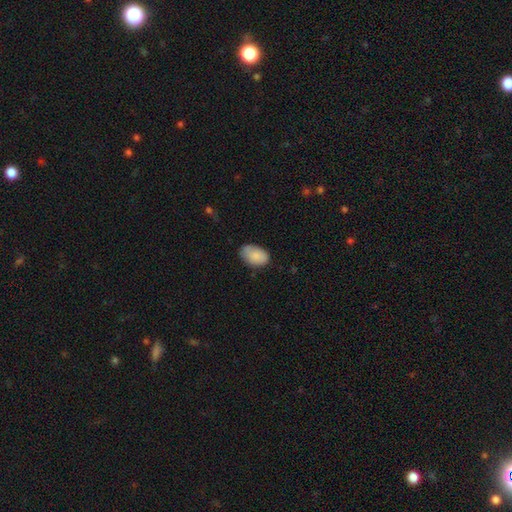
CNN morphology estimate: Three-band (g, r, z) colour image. It shows a smooth galaxy with no disk features (86%) that is in between round and cigar-shaped (90%). Merging: none (70%).